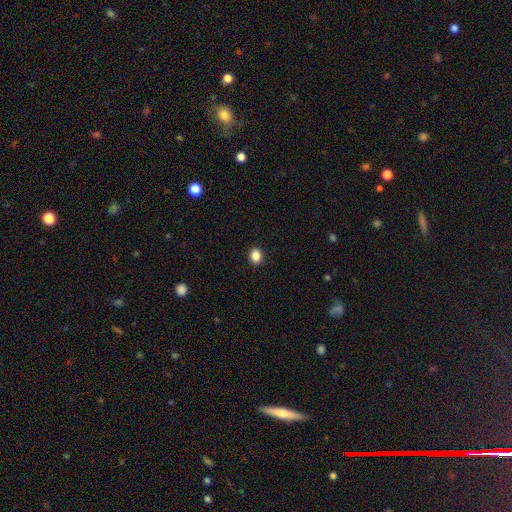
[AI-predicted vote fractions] Q: Smooth or featured?
A: smooth (88%); runner-up: star or artifact (9%)
Q: How rounded?
A: in between (57%); runner-up: round (42%)
Q: Merging?
A: none (91%); runner-up: minor disturbance (6%)